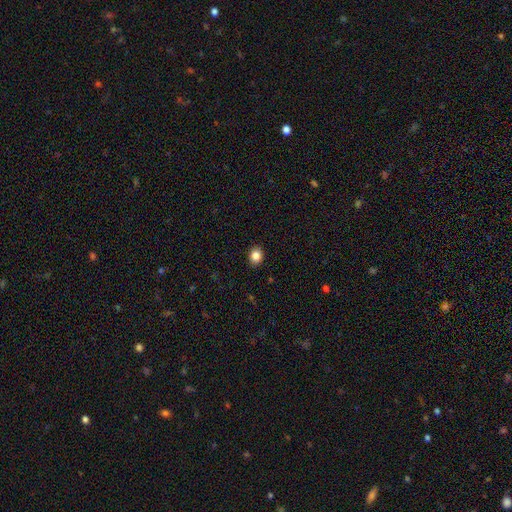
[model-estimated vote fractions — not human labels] smooth 85%, star or artifact 10%, featured or disk 5%. Down the decision tree: how rounded — round (53%); merging — none (90%).